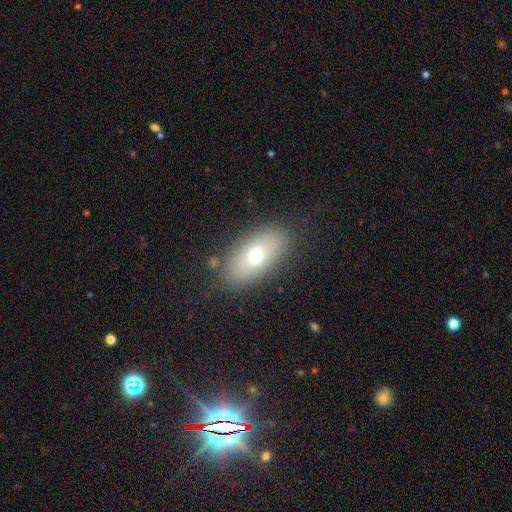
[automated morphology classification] Smooth or featured? smooth (67%)
How rounded? in between (88%)
Merging? none (84%)